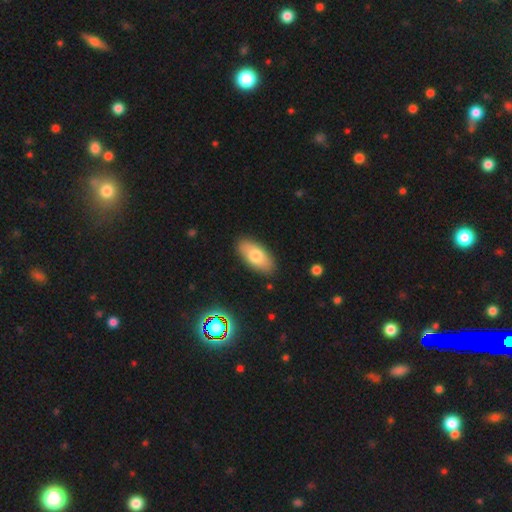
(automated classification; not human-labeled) Smooth or featured?
  - smooth: 74% *
  - featured or disk: 19%
  - star or artifact: 7%
How rounded?
  - in between: 90% *
  - cigar-shaped: 7%
  - round: 3%
Merging?
  - none: 87% *
  - minor disturbance: 9%
  - major disturbance: 2%
  - merger: 1%